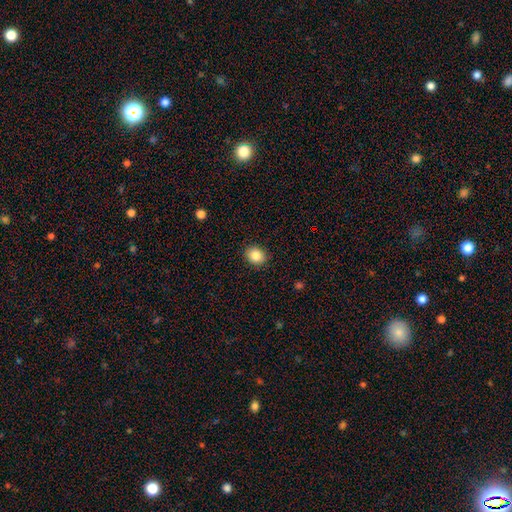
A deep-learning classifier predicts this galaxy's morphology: Smooth or featured: smooth — 85% (star or artifact — 9%)
How rounded: round — 61% (in between — 38%)
Merging: none — 90% (minor disturbance — 7%)